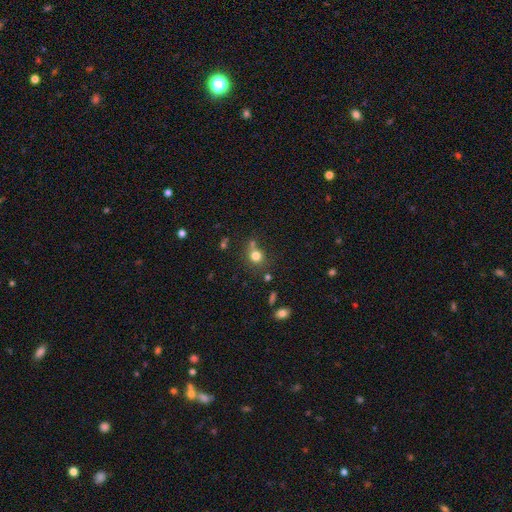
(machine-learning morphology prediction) Smooth or featured? Predicted: smooth (p=0.77). How rounded? Predicted: round (p=0.81). Merging? Predicted: none (p=0.59).